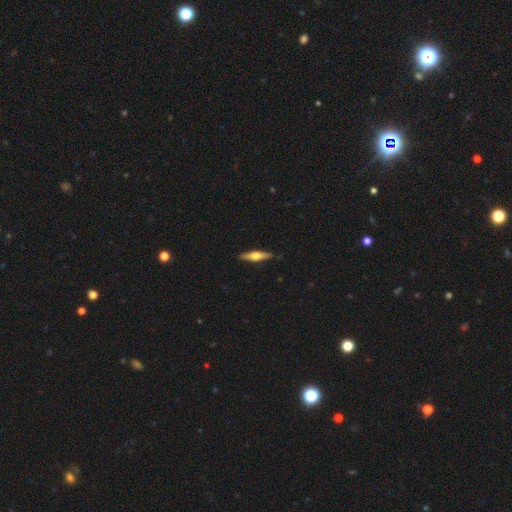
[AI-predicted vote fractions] This appears to be a featured or disk galaxy (60%) viewed edge-on (96%) with a rounded central bulge (93%). Merging: none (90%).